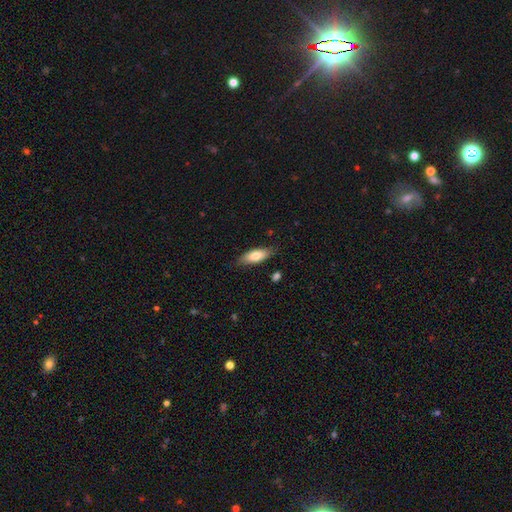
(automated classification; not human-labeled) smooth-or-featured: smooth: 76% | featured or disk: 18% | star or artifact: 6%
  how-rounded: in between: 73% | cigar-shaped: 25% | round: 2%
  merging: none: 82% | minor disturbance: 14% | major disturbance: 2% | merger: 2%